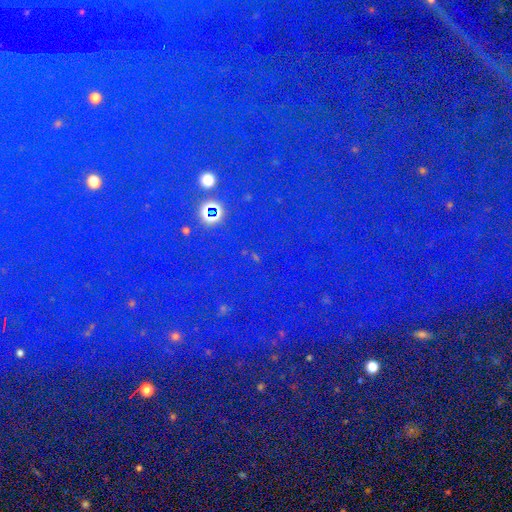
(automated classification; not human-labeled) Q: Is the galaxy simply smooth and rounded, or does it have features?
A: star or artifact — 84%.